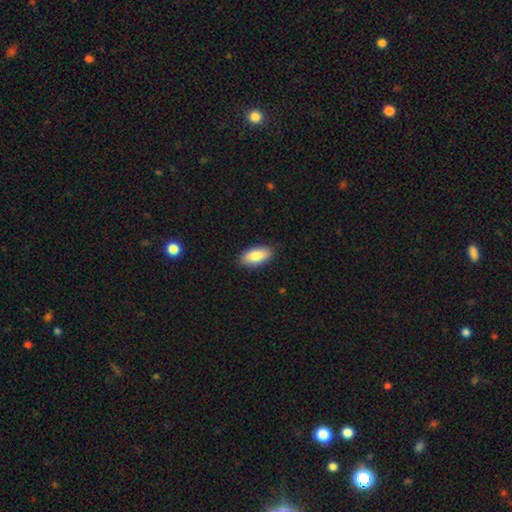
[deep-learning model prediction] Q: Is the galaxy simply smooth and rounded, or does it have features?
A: smooth — 84%.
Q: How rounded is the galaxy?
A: in between — 88%.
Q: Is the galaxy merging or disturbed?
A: none — 87%.